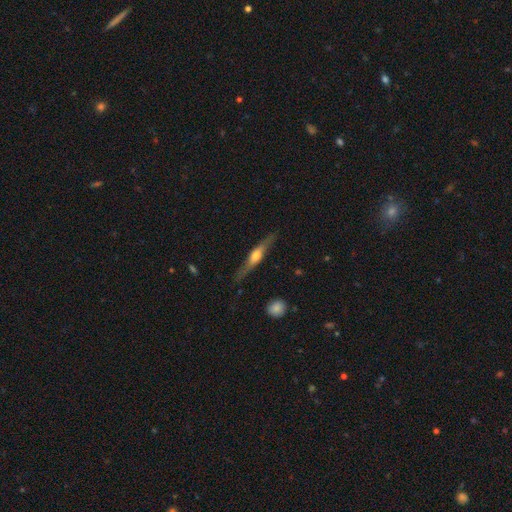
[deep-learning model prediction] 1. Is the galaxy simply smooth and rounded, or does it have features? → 67% featured or disk, 27% smooth, 5% star or artifact.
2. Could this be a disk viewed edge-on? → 94% yes, 6% no.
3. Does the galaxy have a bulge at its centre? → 85% rounded, 10% boxy, 5% none.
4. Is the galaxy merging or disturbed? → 82% none, 13% minor disturbance, 3% major disturbance, 2% merger.